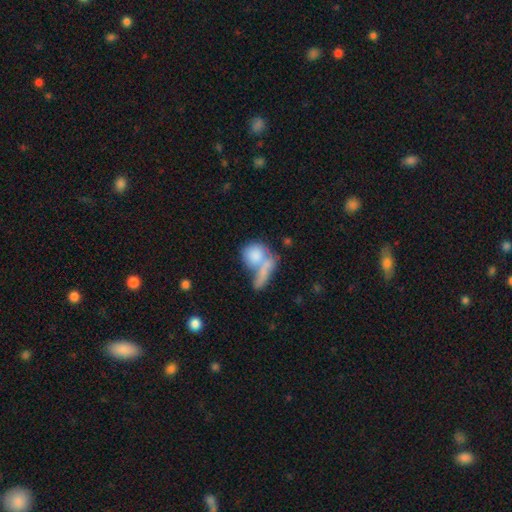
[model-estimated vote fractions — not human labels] The model was most divided on "how rounded": round: 61%, in between: 33%, cigar-shaped: 6%. More confident: smooth or featured — smooth (74%); merging — merger (56%).